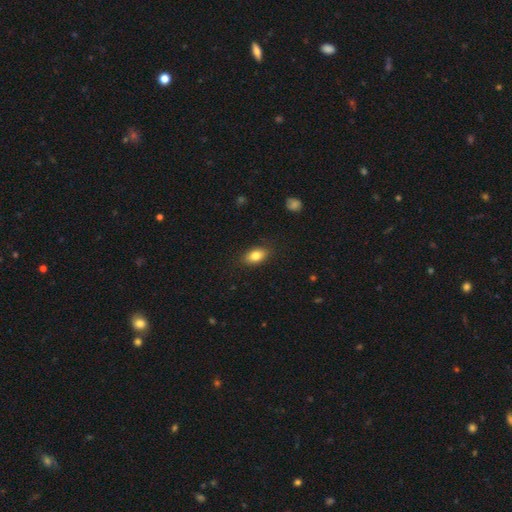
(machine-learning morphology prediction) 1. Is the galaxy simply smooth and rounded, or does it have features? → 83% smooth, 10% featured or disk, 8% star or artifact.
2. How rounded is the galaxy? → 88% in between, 9% round, 4% cigar-shaped.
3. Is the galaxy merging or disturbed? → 86% none, 11% minor disturbance, 3% major disturbance, 1% merger.